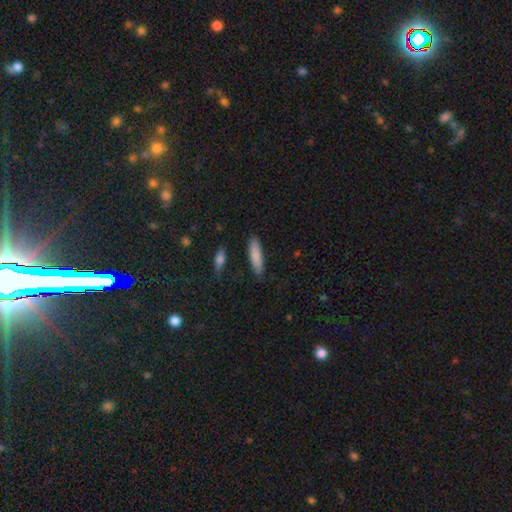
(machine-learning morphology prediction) Smooth or featured? smooth (84%)
How rounded? cigar-shaped (74%)
Merging? none (85%)